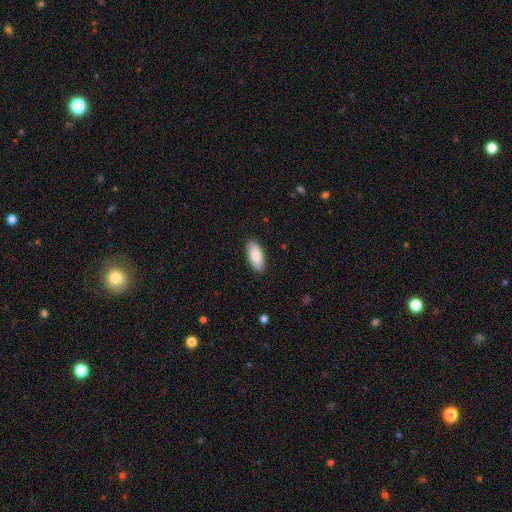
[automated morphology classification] Smooth or featured? smooth (89%)
How rounded? in between (83%)
Merging? none (88%)